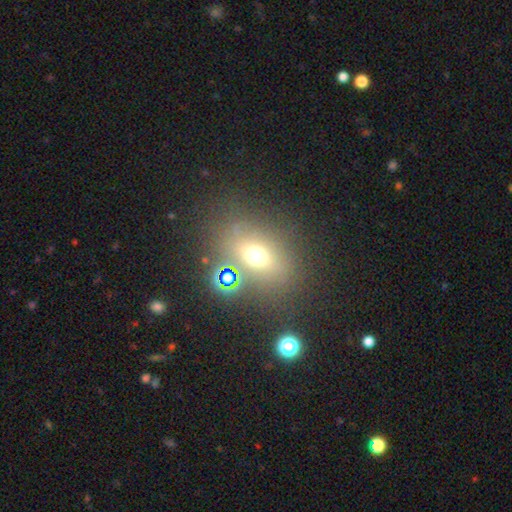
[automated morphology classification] This appears to be a smooth galaxy with no disk features (59%) that is in between round and cigar-shaped (59%). Merging: none (72%).